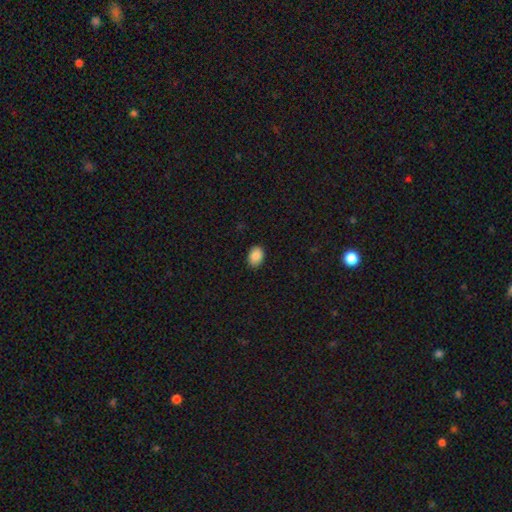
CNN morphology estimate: Overall: smooth (89%). How rounded: in between (68%; round 31%). Merging: none (88%).